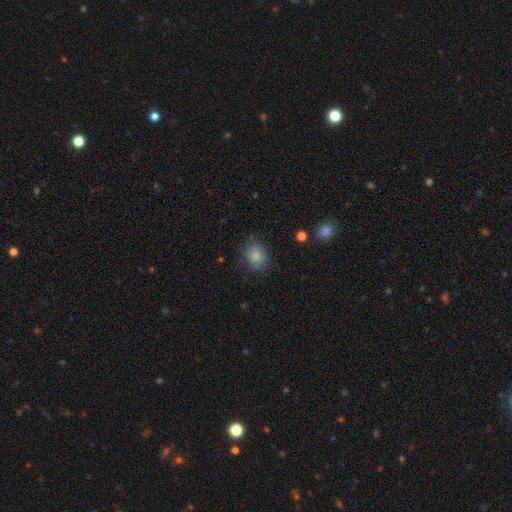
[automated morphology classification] type=smooth (84%); roundness=round (59%); merging=none (75%).